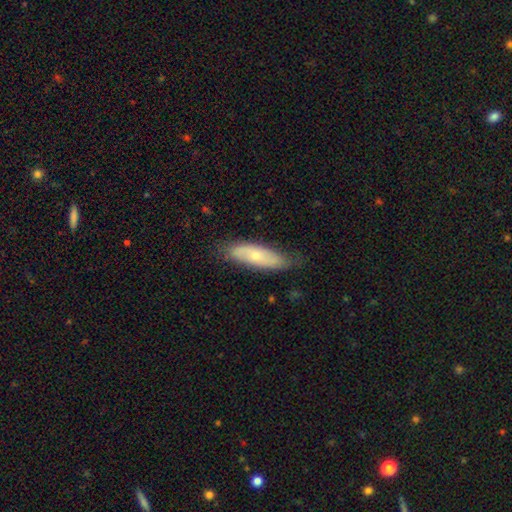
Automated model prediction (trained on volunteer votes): Overall: smooth (53%; featured or disk 41%). How rounded: in between (55%; cigar-shaped 43%). Merging: none (73%).